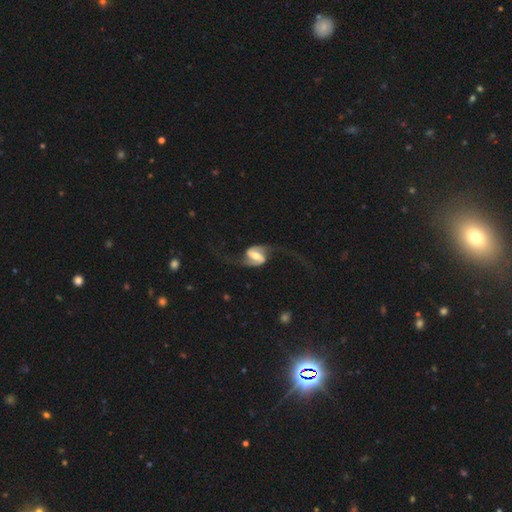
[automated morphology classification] featured or disk 90%, smooth 6%, star or artifact 4%. Down the decision tree: edge-on disk — no (97%); bar — strong (57%); spiral arms — yes (96%); spiral arm count — 2 (94%); spiral winding — loose (71%); bulge size — moderate (61%); merging — none (66%).